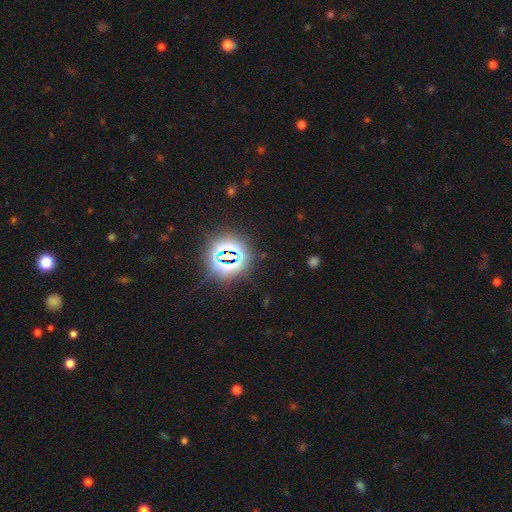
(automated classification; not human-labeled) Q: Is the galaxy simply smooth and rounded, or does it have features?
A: star or artifact — 79%.